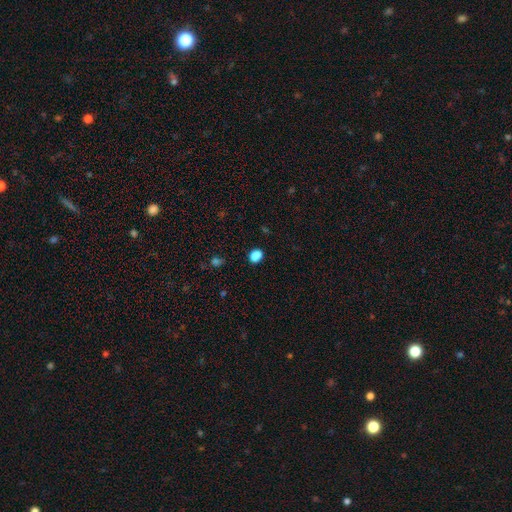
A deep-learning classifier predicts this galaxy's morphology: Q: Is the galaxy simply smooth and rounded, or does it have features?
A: smooth — 85%.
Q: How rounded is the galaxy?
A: in between — 57%.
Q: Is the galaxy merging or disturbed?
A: none — 87%.